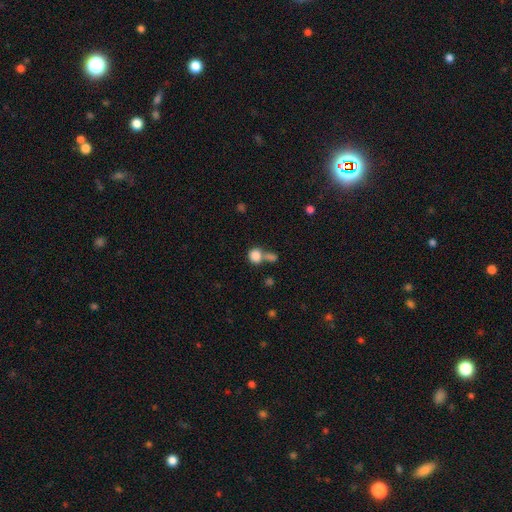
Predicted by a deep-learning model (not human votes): smooth 84%, star or artifact 9%, featured or disk 6%. Down the decision tree: how rounded — round (81%); merging — none (45%).